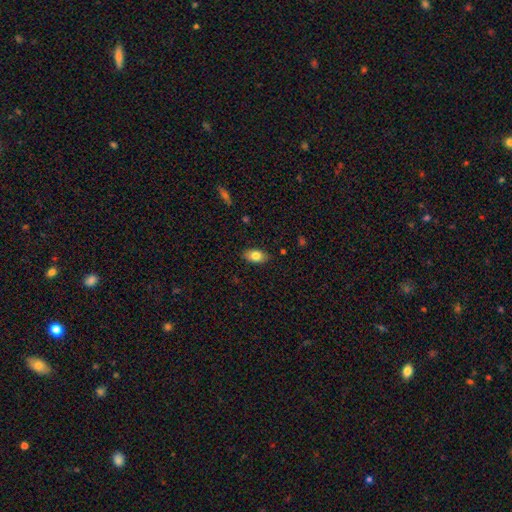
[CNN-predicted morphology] Overall: smooth (80%). How rounded: in between (90%). Merging: none (87%).